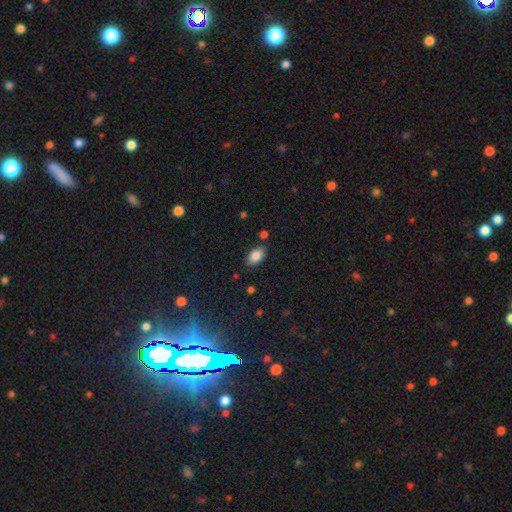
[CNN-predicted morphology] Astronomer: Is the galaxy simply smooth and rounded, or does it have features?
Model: smooth — 86%.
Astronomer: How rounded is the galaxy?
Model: in between — 92%.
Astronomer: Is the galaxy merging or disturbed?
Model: none — 80%.